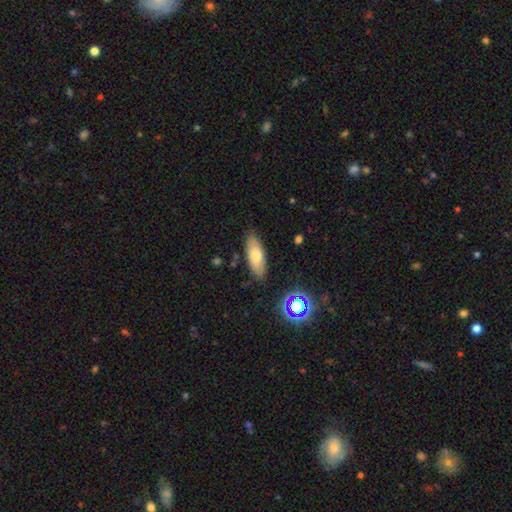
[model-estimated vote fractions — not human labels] This appears to be a smooth galaxy with no disk features (71%) that is in between round and cigar-shaped (72%). Merging: none (85%).